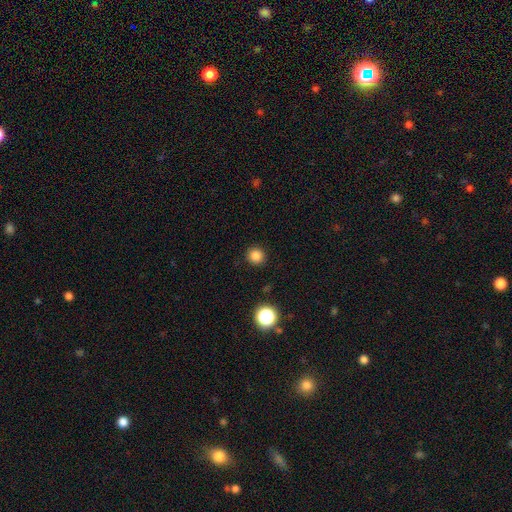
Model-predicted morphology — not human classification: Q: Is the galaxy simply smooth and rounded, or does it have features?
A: smooth — 83%.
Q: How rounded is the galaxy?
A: round — 94%.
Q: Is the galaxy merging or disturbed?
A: none — 92%.